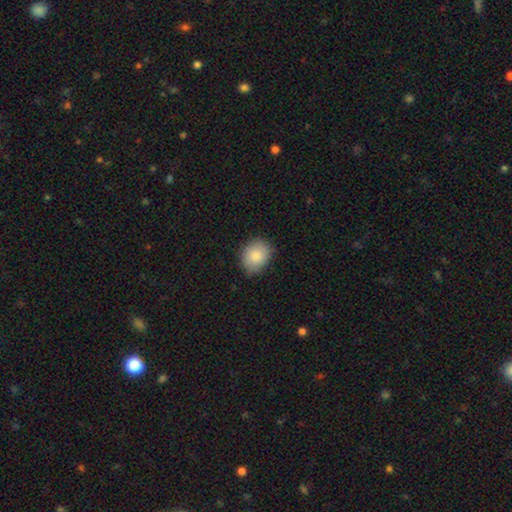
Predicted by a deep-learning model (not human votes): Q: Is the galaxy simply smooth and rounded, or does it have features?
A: smooth — 85%.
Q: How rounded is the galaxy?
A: round — 56%.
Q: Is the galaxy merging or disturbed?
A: none — 75%.